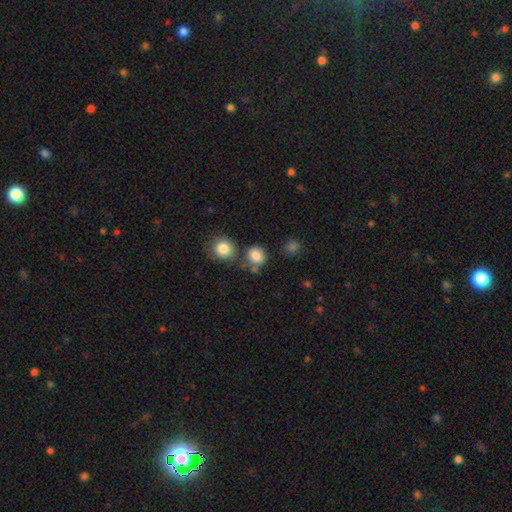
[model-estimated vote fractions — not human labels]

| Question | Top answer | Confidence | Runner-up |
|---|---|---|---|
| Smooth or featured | smooth | 84% | star or artifact (11%) |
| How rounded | round | 75% | in between (24%) |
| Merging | none | 64% | merger (17%) |